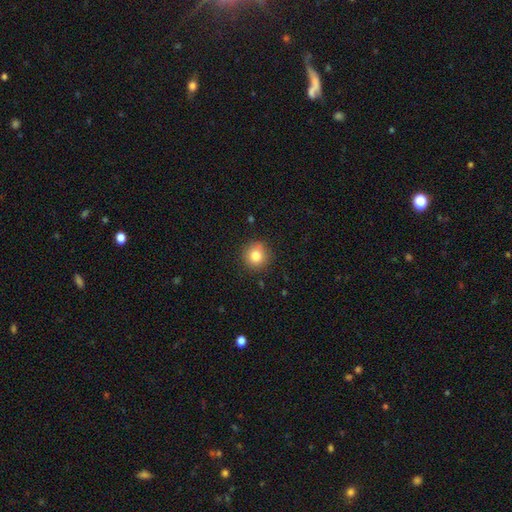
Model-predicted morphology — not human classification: The model was most divided on "smooth or featured": smooth: 83%, star or artifact: 10%, featured or disk: 7%. More confident: how rounded — round (92%); merging — none (88%).